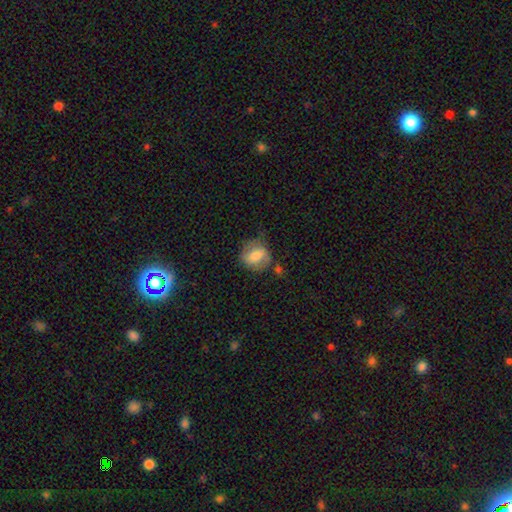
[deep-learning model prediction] smooth_or_featured: smooth (p=0.67) [alt: featured or disk p=0.25]
how_rounded: round (p=0.62) [alt: in between p=0.36]
merging: none (p=0.57) [alt: minor disturbance p=0.26]